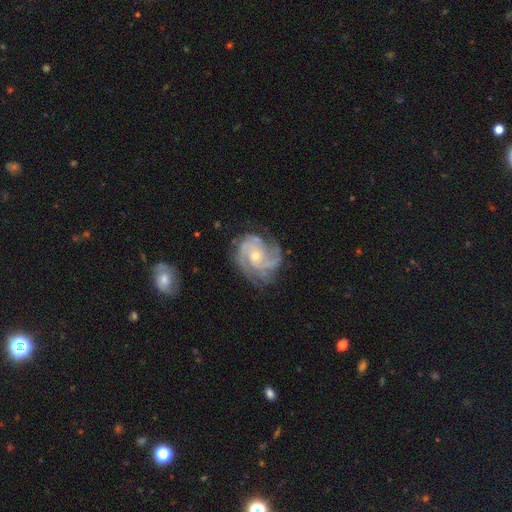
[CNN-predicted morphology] Smooth or featured?
  - featured or disk: 90% *
  - star or artifact: 6%
  - smooth: 5%
Edge-on disk?
  - no: 98% *
  - yes: 2%
Bar?
  - no: 71% *
  - weak: 23%
  - strong: 6%
Spiral arms?
  - yes: 98% *
  - no: 2%
Spiral winding?
  - tight: 53% *
  - medium: 39%
  - loose: 8%
Spiral arm count?
  - 3: 41% *
  - 2: 22%
  - can't tell: 14%
  - 4: 12%
  - more than 4: 6%
  - 1: 6%
Bulge size?
  - small: 61% *
  - moderate: 36%
  - large: 1%
  - none: 1%
  - dominant: 1%
Merging?
  - none: 73% *
  - minor disturbance: 19%
  - major disturbance: 7%
  - merger: 2%